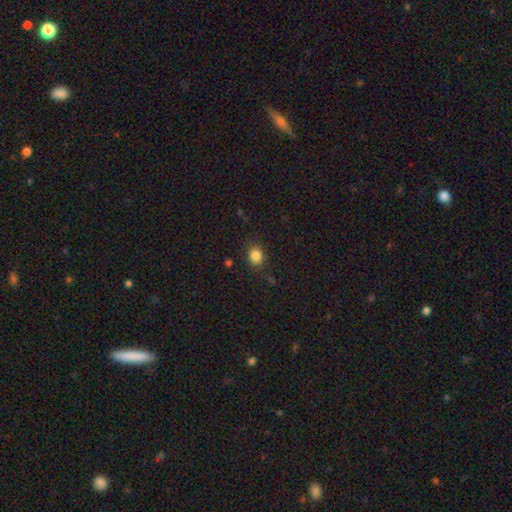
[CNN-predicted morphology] A smooth galaxy with no disk features (84%) that is round (67%).

Vote fractions:
- Smooth or featured? smooth: 84% / star or artifact: 11% / featured or disk: 4%
- How rounded? round: 67% / in between: 32% / cigar-shaped: 1%
- Merging? none: 86% / minor disturbance: 10% / major disturbance: 3% / merger: 1%